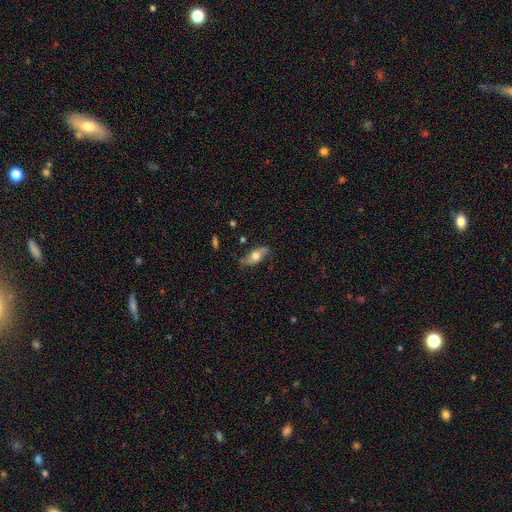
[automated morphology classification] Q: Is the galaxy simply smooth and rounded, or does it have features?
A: smooth — 58%.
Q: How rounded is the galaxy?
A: in between — 79%.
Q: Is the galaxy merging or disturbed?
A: none — 72%.